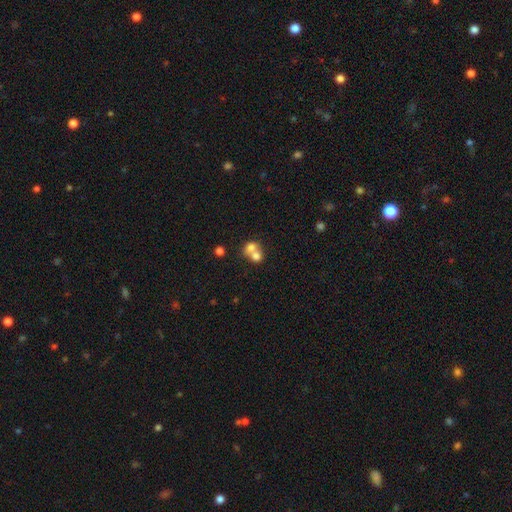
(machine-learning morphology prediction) A smooth galaxy with no disk features (70%) that is round (67%). Merging: merger (70%).